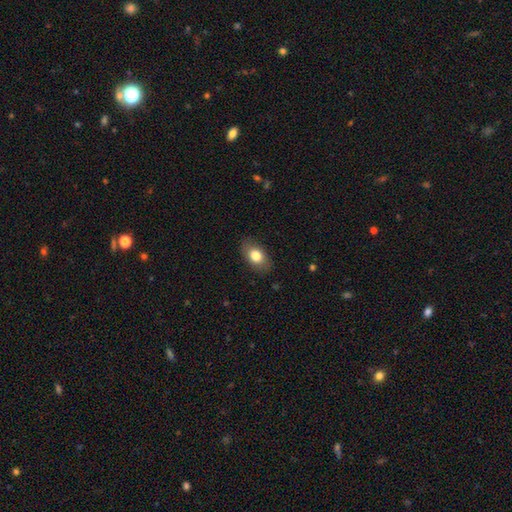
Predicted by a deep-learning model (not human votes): smooth-or-featured: smooth: 79% | featured or disk: 14% | star or artifact: 8%
  how-rounded: in between: 87% | round: 11% | cigar-shaped: 2%
  merging: none: 83% | minor disturbance: 13% | major disturbance: 3% | merger: 1%